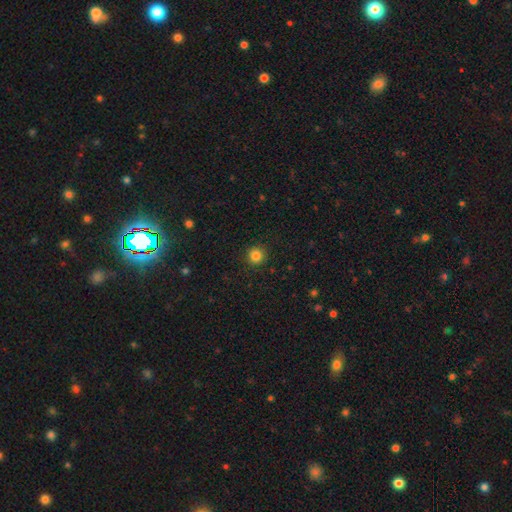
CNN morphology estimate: The model was most divided on "smooth or featured": smooth: 84%, star or artifact: 12%, featured or disk: 4%. More confident: how rounded — round (95%); merging — none (92%).